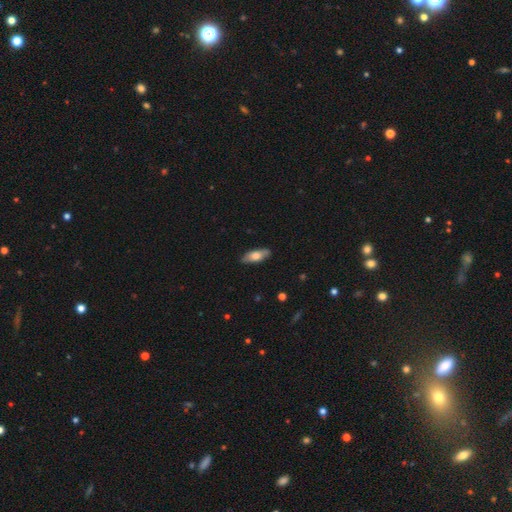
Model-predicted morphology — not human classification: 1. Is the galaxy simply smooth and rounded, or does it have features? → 64% smooth, 30% featured or disk, 6% star or artifact.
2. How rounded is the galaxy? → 73% in between, 25% cigar-shaped, 3% round.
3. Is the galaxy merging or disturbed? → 85% none, 12% minor disturbance, 2% major disturbance, 1% merger.